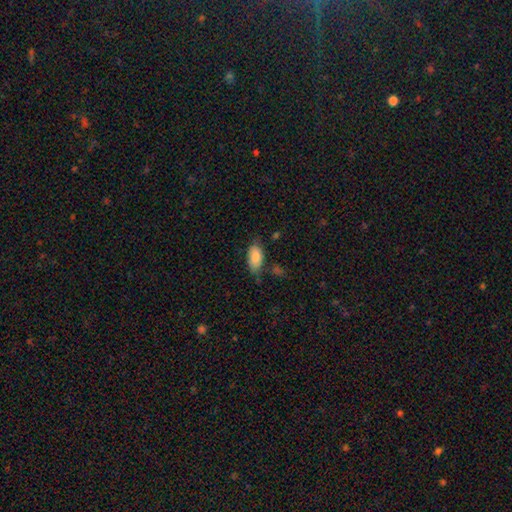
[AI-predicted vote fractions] This appears to be a smooth galaxy with no disk features (84%) that is in between round and cigar-shaped (92%). Merging: none (67%).